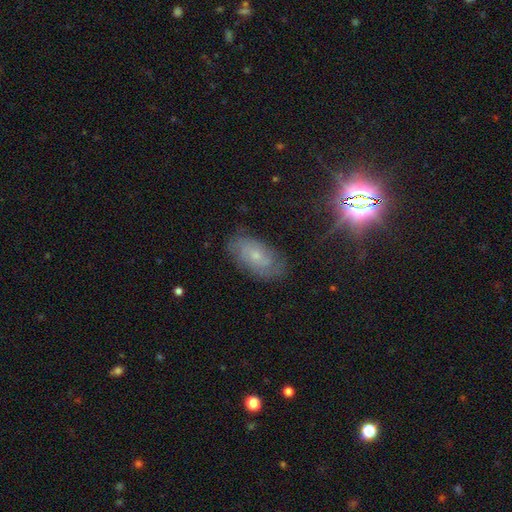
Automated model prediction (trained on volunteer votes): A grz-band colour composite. It shows a featured or disk galaxy (58%) with no bar (73%), spiral arms (82%) and a small central bulge (69%). Merging: none (74%).